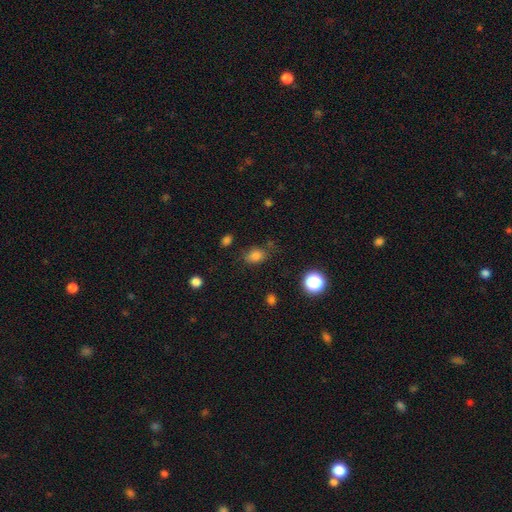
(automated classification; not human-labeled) Smooth or featured? smooth (79%)
How rounded? in between (67%)
Merging? none (74%)